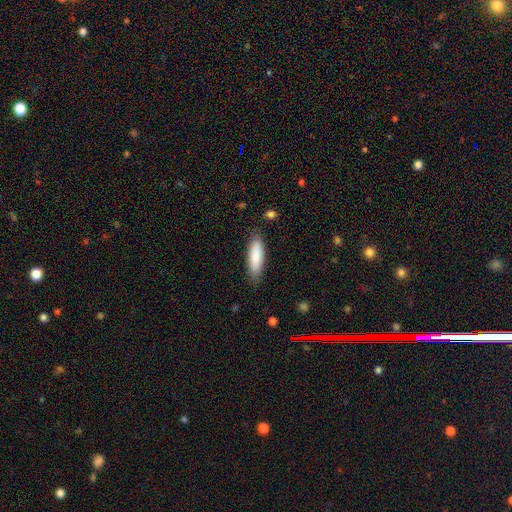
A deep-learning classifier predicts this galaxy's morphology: smooth 86%, featured or disk 9%, star or artifact 6%. Down the decision tree: how rounded — cigar-shaped (54%); merging — none (84%).